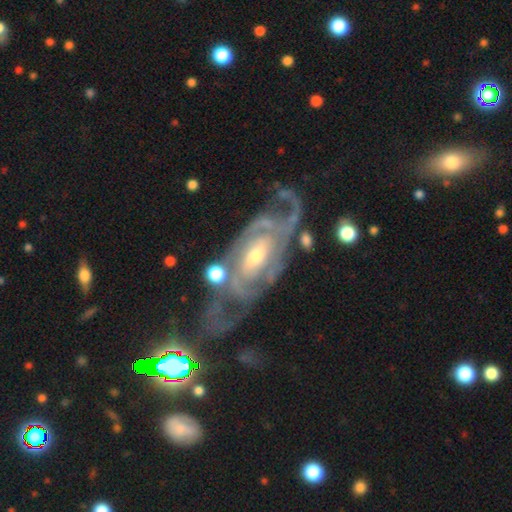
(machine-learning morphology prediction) Smooth or featured: featured or disk — 89% (smooth — 6%)
Edge-on disk: no — 95% (yes — 5%)
Bar: no — 47% (weak — 37%)
Spiral arms: yes — 93% (no — 7%)
Spiral winding: tight — 51% (medium — 35%)
Spiral arm count: 2 — 38% (can't tell — 28%)
Bulge size: moderate — 60% (small — 32%)
Merging: none — 49% (major disturbance — 23%)